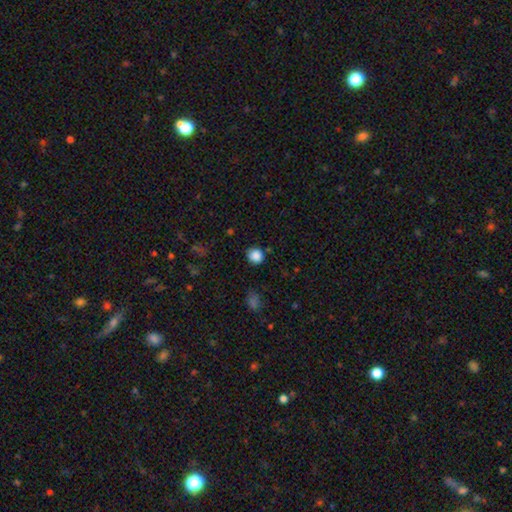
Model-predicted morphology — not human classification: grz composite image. It shows a smooth galaxy with no disk features (86%) that is round (89%). Merging: none (85%).